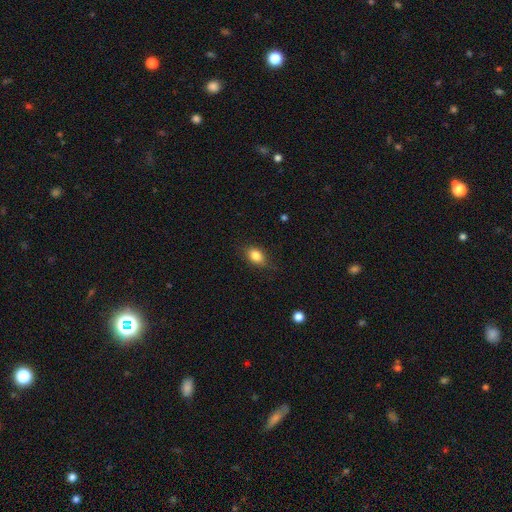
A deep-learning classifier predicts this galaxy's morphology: smooth_or_featured: smooth (p=0.83) [alt: star or artifact p=0.09]
how_rounded: in between (p=0.78) [alt: round p=0.19]
merging: none (p=0.78) [alt: minor disturbance p=0.17]